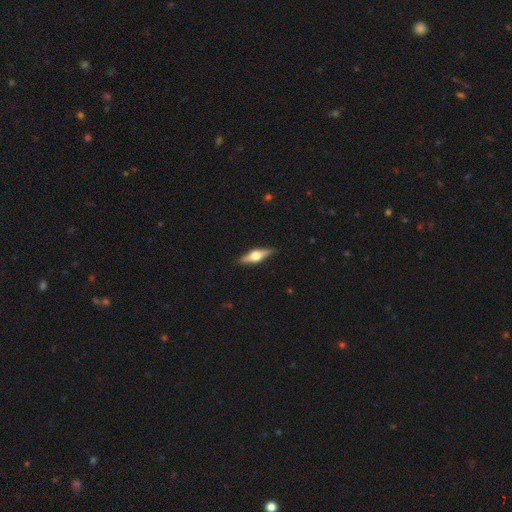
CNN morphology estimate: Smooth or featured: featured or disk — 65% (smooth — 29%)
Edge-on disk: yes — 96% (no — 4%)
Edge-on bulge: rounded — 94% (boxy — 5%)
Merging: none — 89% (minor disturbance — 8%)